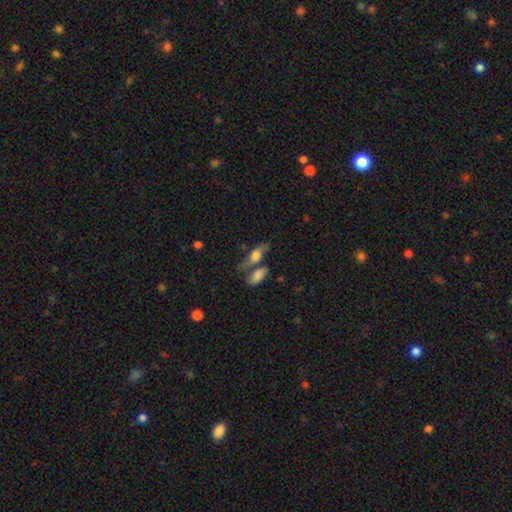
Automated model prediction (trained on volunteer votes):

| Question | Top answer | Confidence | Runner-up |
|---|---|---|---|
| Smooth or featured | smooth | 50% | featured or disk (40%) |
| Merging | none | 51% | merger (26%) |